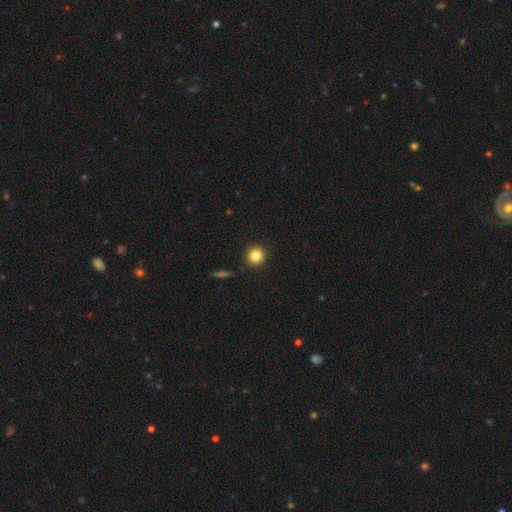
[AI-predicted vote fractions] A smooth galaxy with no disk features (84%) that is round (94%). Merging: none (91%).